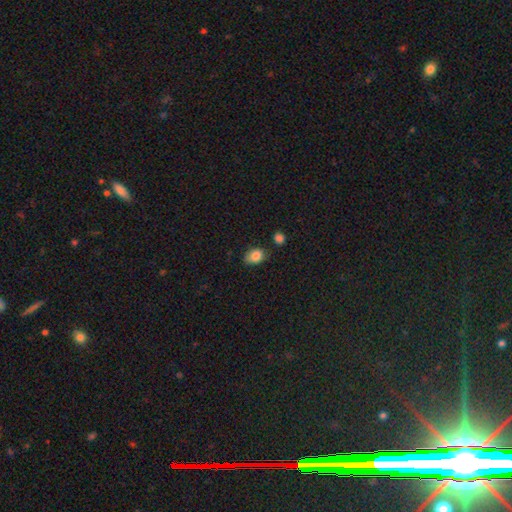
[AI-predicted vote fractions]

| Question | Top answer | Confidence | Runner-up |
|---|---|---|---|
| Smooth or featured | smooth | 84% | star or artifact (9%) |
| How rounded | in between | 80% | round (19%) |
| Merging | none | 72% | minor disturbance (20%) |